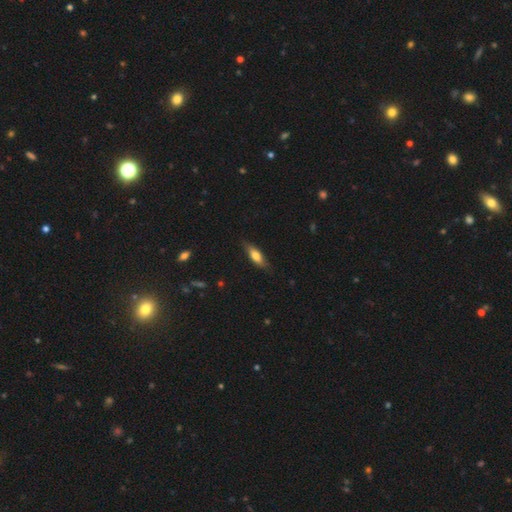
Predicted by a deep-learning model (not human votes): Smooth or featured?
  - smooth: 66% *
  - featured or disk: 28%
  - star or artifact: 6%
How rounded?
  - in between: 54% *
  - cigar-shaped: 43%
  - round: 2%
Merging?
  - none: 79% *
  - minor disturbance: 17%
  - major disturbance: 3%
  - merger: 1%